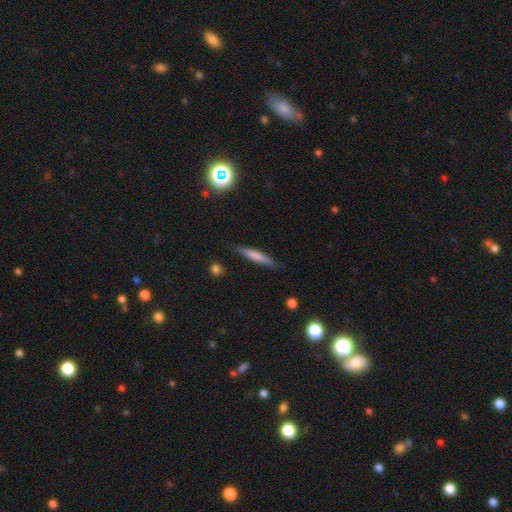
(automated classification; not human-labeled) The model was most divided on "smooth or featured": smooth: 66%, featured or disk: 28%, star or artifact: 7%. More confident: how rounded — cigar-shaped (90%); merging — none (84%).